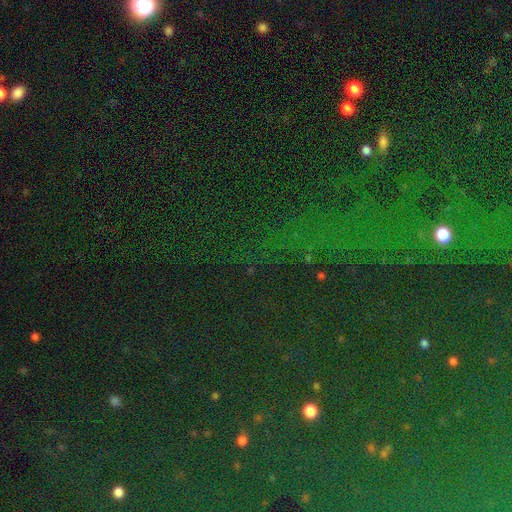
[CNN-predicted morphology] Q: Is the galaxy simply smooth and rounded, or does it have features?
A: star or artifact — 83%.